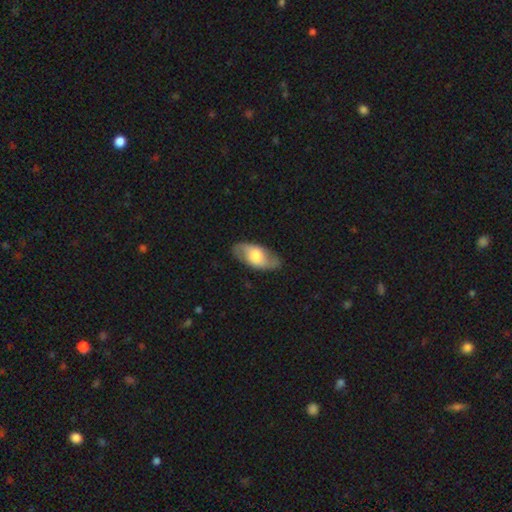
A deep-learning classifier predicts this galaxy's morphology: Smooth or featured: featured or disk — 56% (smooth — 39%)
Edge-on disk: no — 85% (yes — 15%)
Merging: none — 82% (minor disturbance — 13%)